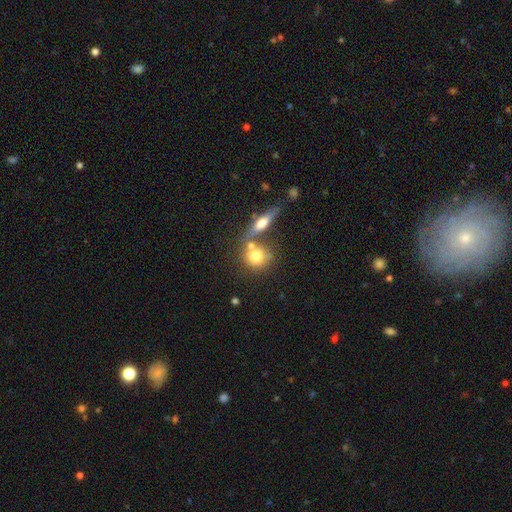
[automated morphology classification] Q: Smooth or featured?
A: smooth (71%); runner-up: featured or disk (20%)
Q: How rounded?
A: round (73%); runner-up: in between (23%)
Q: Merging?
A: none (46%); runner-up: merger (39%)